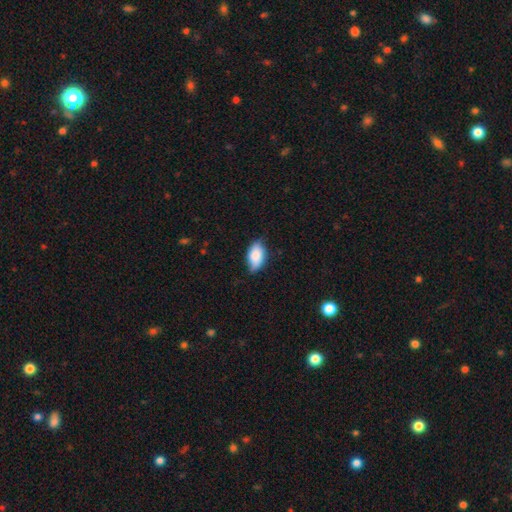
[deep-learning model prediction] smooth-or-featured: smooth: 79% | featured or disk: 14% | star or artifact: 7%
  how-rounded: in between: 92% | round: 5% | cigar-shaped: 3%
  merging: none: 63% | minor disturbance: 31% | major disturbance: 5% | merger: 1%